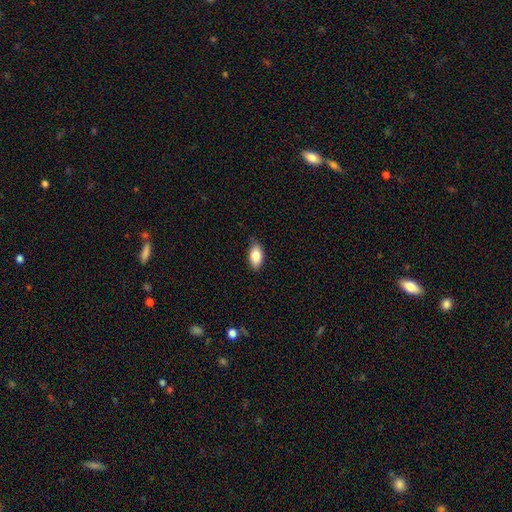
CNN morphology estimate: smooth 83%, featured or disk 10%, star or artifact 7%. Down the decision tree: how rounded — in between (91%); merging — none (81%).